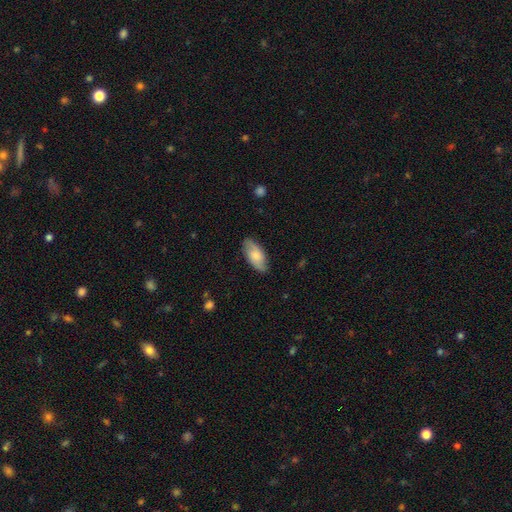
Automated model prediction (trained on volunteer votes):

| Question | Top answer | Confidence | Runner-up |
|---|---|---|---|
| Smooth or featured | smooth | 60% | featured or disk (34%) |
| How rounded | in between | 90% | cigar-shaped (8%) |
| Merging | none | 81% | minor disturbance (15%) |